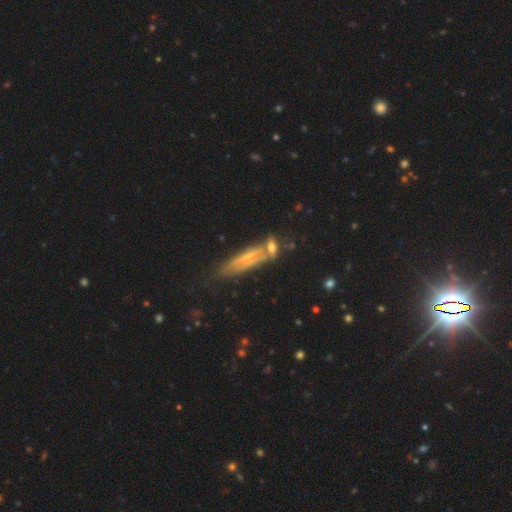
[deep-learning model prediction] A smooth galaxy with no disk features (45%). Merging: none (65%).